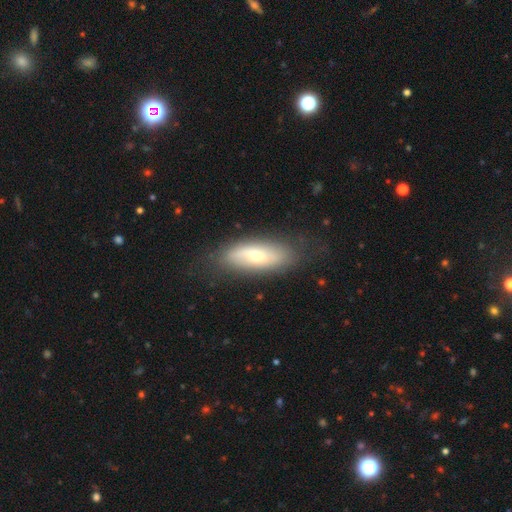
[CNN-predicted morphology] A smooth galaxy with no disk features (50%). Merging: none (76%).